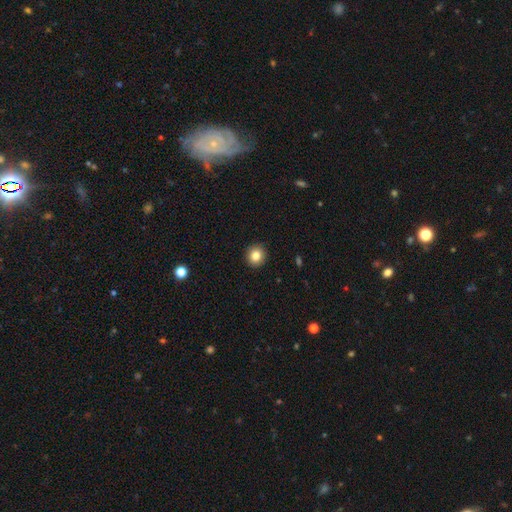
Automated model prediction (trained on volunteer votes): Smooth or featured: smooth — 83% (star or artifact — 10%)
How rounded: round — 92% (in between — 7%)
Merging: none — 93% (minor disturbance — 5%)